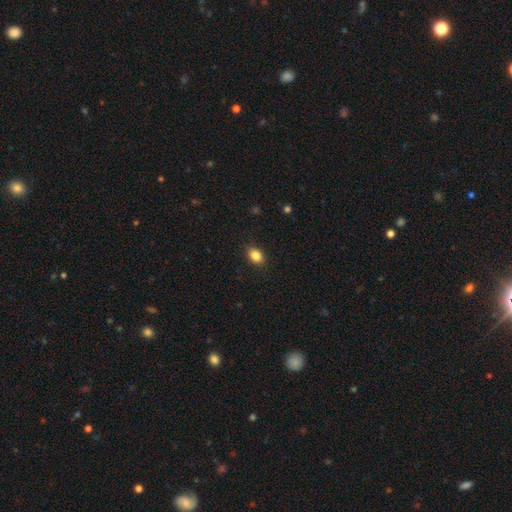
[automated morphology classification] smooth_or_featured: smooth (p=0.86) [alt: star or artifact p=0.09]
how_rounded: in between (p=0.76) [alt: round p=0.23]
merging: none (p=0.89) [alt: minor disturbance p=0.08]